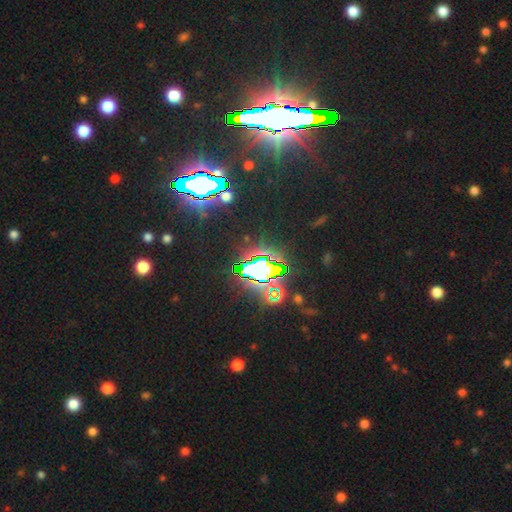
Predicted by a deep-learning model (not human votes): smooth-or-featured: star or artifact: 85% | smooth: 8% | featured or disk: 7%